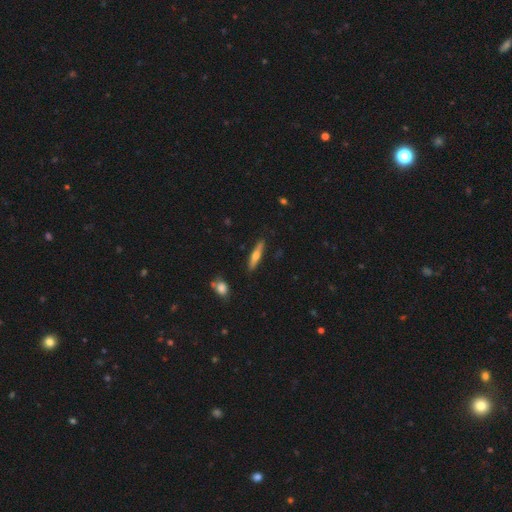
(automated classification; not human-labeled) featured or disk 50%, smooth 44%, star or artifact 6%. Down the decision tree: merging — none (88%).